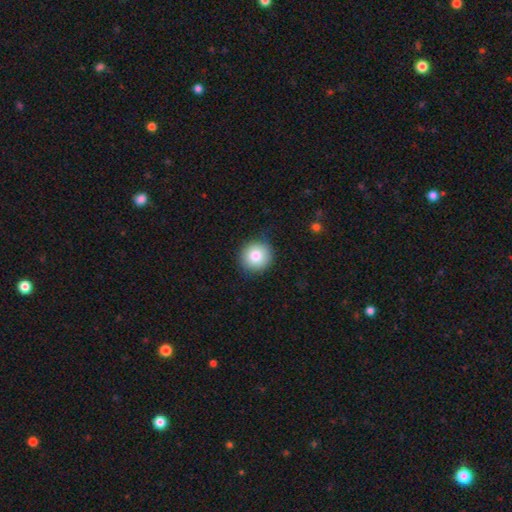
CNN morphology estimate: A smooth galaxy with no disk features (82%) that is round (93%).

Vote fractions:
- Smooth or featured? smooth: 82% / star or artifact: 9% / featured or disk: 9%
- How rounded? round: 93% / in between: 6% / cigar-shaped: 1%
- Merging? none: 88% / minor disturbance: 9% / major disturbance: 2% / merger: 1%